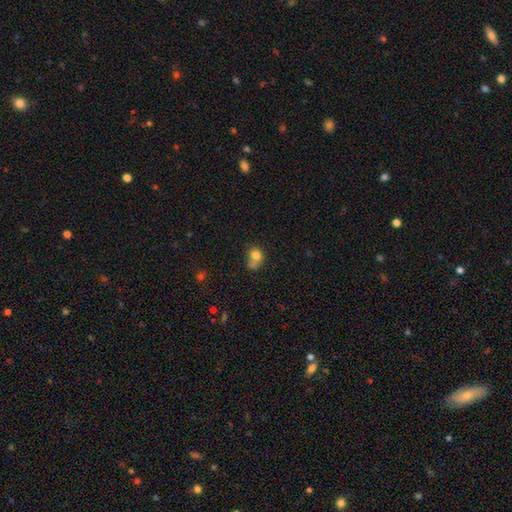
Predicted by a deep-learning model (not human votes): Overall: smooth (77%). How rounded: round (62%; in between 37%). Merging: merger (35%; none 33%).